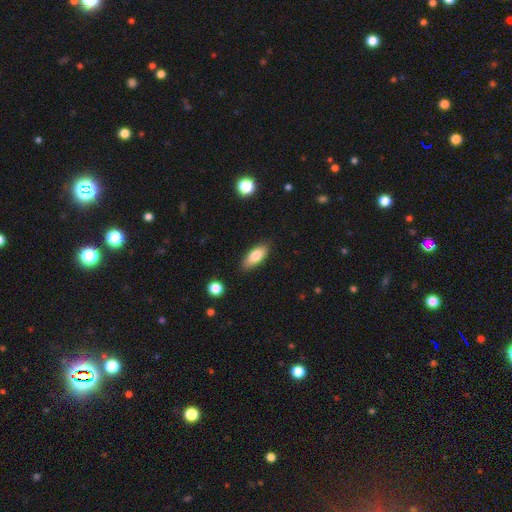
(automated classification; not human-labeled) Smooth or featured? smooth (80%)
How rounded? in between (77%)
Merging? none (84%)